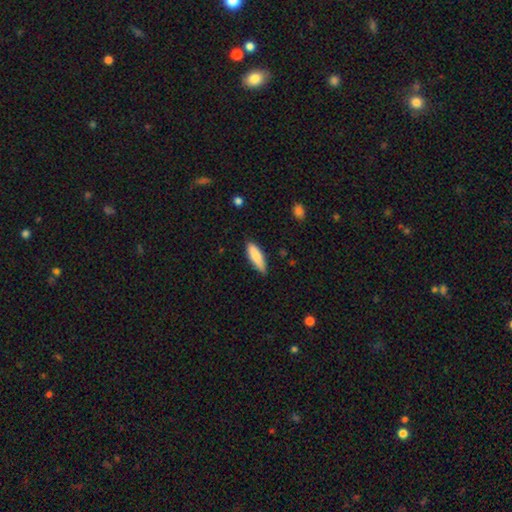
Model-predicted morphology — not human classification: A smooth galaxy with no disk features (83%) that is in between round and cigar-shaped (50%).

Vote fractions:
- Smooth or featured? smooth: 83% / featured or disk: 11% / star or artifact: 6%
- How rounded? in between: 50% / cigar-shaped: 49% / round: 2%
- Merging? none: 81% / minor disturbance: 15% / major disturbance: 2% / merger: 1%